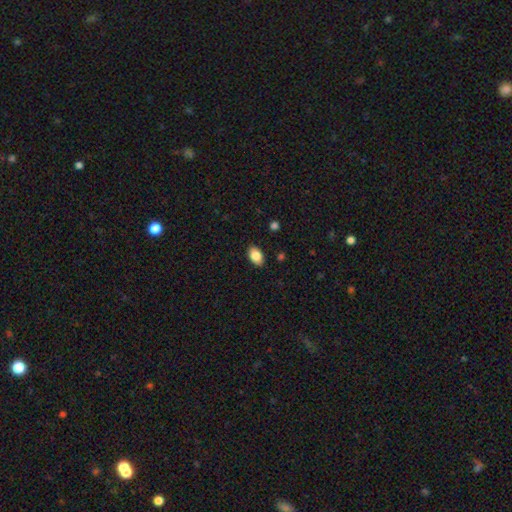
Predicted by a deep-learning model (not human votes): smooth 86%, star or artifact 8%, featured or disk 7%. Down the decision tree: how rounded — in between (89%); merging — none (88%).